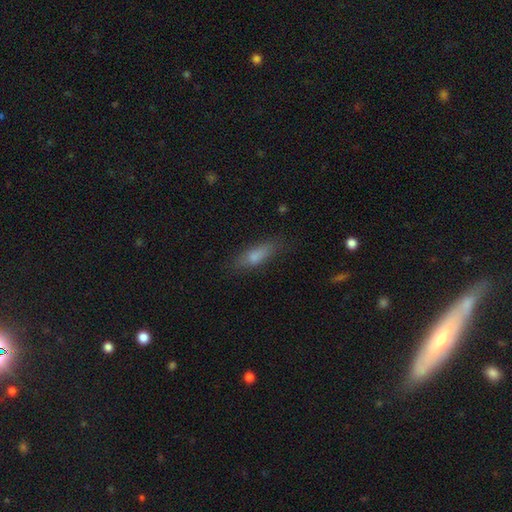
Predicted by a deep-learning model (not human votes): This appears to be a smooth galaxy with no disk features (76%) that is in between round and cigar-shaped (52%). Merging: none (75%).